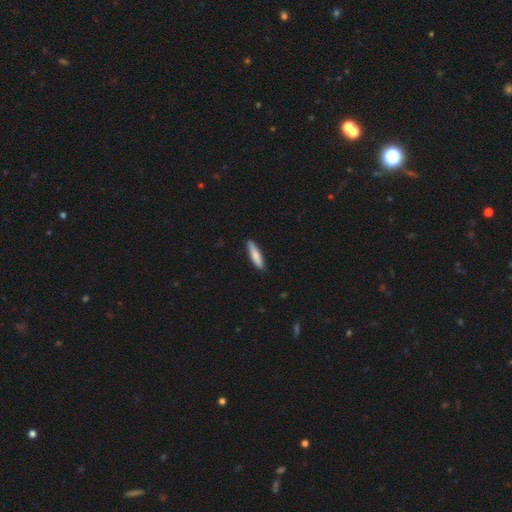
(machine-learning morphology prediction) Q: Smooth or featured?
A: smooth (80%); runner-up: featured or disk (15%)
Q: How rounded?
A: cigar-shaped (79%); runner-up: in between (20%)
Q: Merging?
A: none (86%); runner-up: minor disturbance (11%)